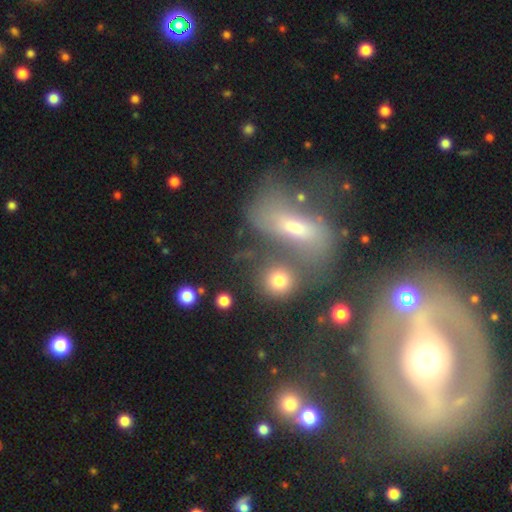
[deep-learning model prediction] This is possibly a featured or disk galaxy (59%). It is clearly not viewed edge-on (88%). Bar: marginally strong (36%). Spiral arm pattern: likely yes (66%). Central bulge: possibly moderate (50%). Merging: possibly none (51%).